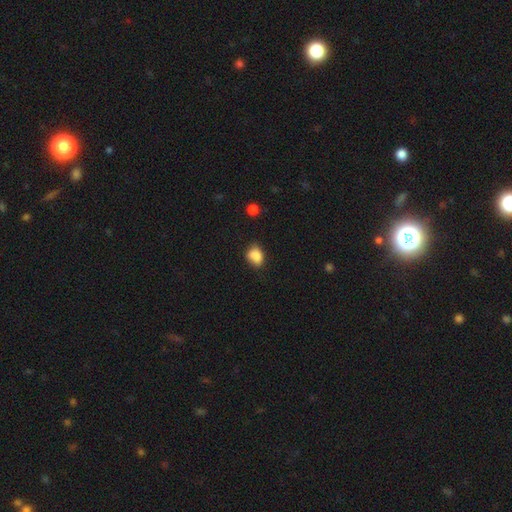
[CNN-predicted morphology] Smooth or featured? smooth (84%)
How rounded? in between (62%)
Merging? none (57%)